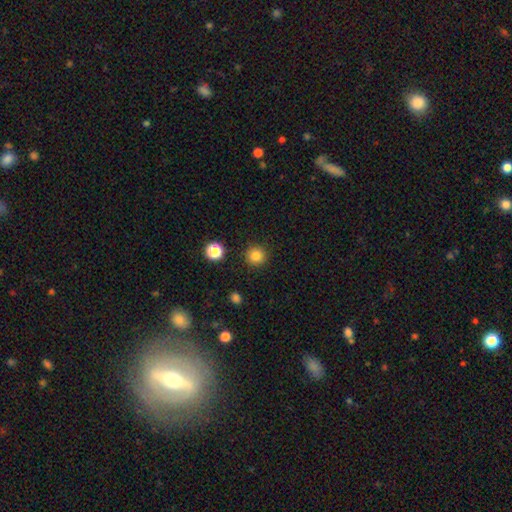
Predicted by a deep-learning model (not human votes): smooth-or-featured: smooth: 82% | star or artifact: 12% | featured or disk: 5%
  how-rounded: round: 95% | in between: 4% | cigar-shaped: 1%
  merging: none: 91% | minor disturbance: 5% | major disturbance: 2% | merger: 2%